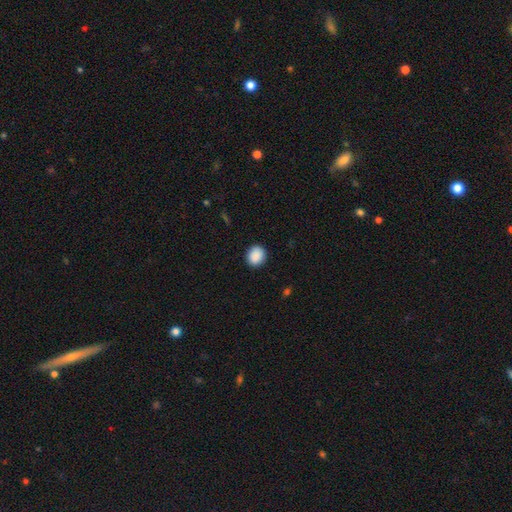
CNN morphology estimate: This appears to be a smooth galaxy with no disk features (90%) that is round (76%). Merging: none (90%).